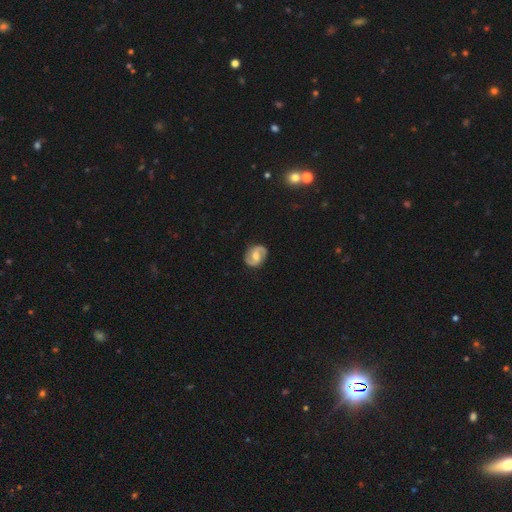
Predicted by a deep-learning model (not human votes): Smooth or featured?
  - featured or disk: 82% *
  - smooth: 12%
  - star or artifact: 5%
Edge-on disk?
  - no: 98% *
  - yes: 2%
Bar?
  - weak: 47% *
  - no: 38%
  - strong: 14%
Spiral arms?
  - yes: 95% *
  - no: 5%
Spiral winding?
  - medium: 52% *
  - tight: 27%
  - loose: 20%
Spiral arm count?
  - 2: 93% *
  - can't tell: 3%
  - 1: 1%
  - 3: 1%
  - 4: 1%
  - more than 4: 1%
Bulge size?
  - moderate: 66% *
  - small: 20%
  - large: 9%
  - none: 4%
  - dominant: 1%
Merging?
  - none: 86% *
  - minor disturbance: 10%
  - major disturbance: 3%
  - merger: 1%